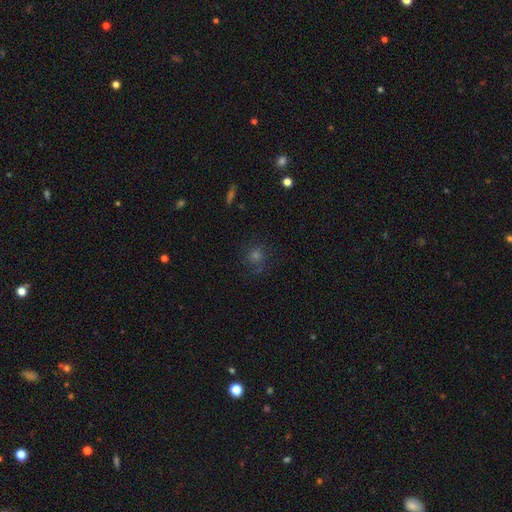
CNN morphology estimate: This is possibly a smooth galaxy (48%). Merging: likely none (76%).